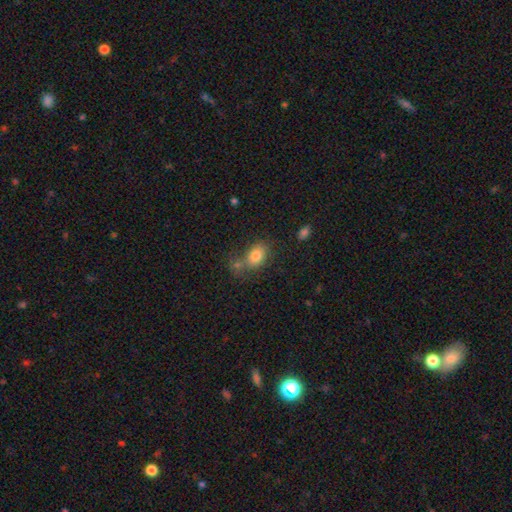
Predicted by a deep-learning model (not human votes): Smooth or featured?
  - smooth: 80% *
  - featured or disk: 11%
  - star or artifact: 10%
How rounded?
  - in between: 77% *
  - round: 22%
  - cigar-shaped: 1%
Merging?
  - none: 50% *
  - merger: 25%
  - minor disturbance: 17%
  - major disturbance: 8%